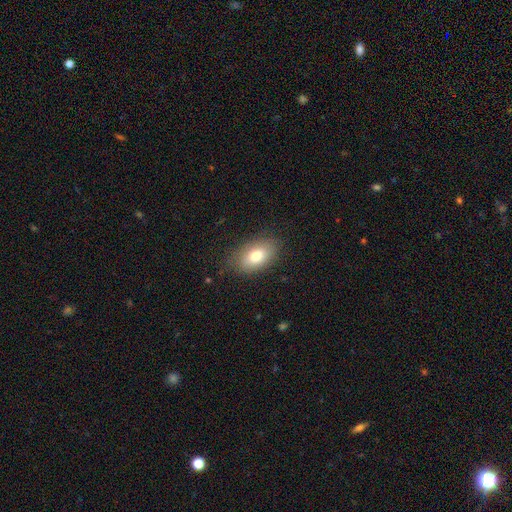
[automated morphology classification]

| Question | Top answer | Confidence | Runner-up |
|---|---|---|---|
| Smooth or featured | smooth | 77% | featured or disk (15%) |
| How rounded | in between | 90% | round (8%) |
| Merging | none | 81% | minor disturbance (14%) |